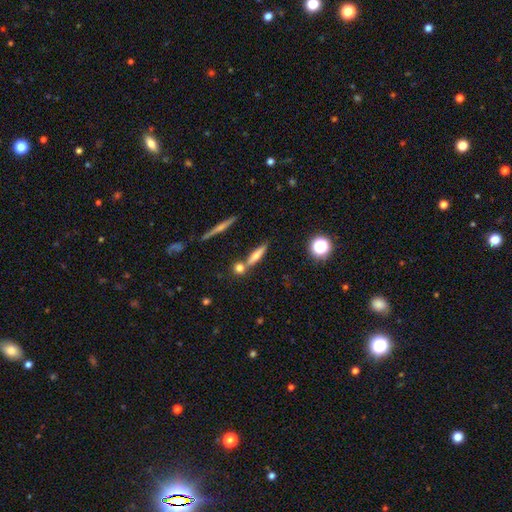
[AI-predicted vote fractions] A smooth galaxy with no disk features (58%) that is cigar-shaped (66%). Merging: none (66%).